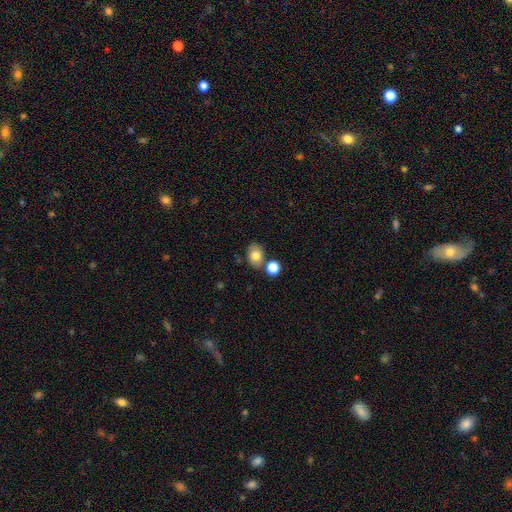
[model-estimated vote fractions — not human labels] smooth-or-featured: smooth: 79% | featured or disk: 12% | star or artifact: 9%
  how-rounded: in between: 65% | round: 34% | cigar-shaped: 1%
  merging: none: 70% | merger: 14% | minor disturbance: 12% | major disturbance: 3%